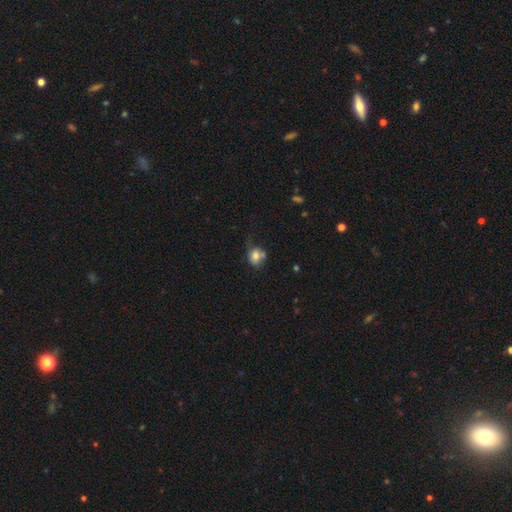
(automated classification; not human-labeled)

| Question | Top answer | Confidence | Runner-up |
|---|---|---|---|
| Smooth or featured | smooth | 69% | featured or disk (21%) |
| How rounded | round | 55% | in between (44%) |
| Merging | none | 39% | minor disturbance (29%) |